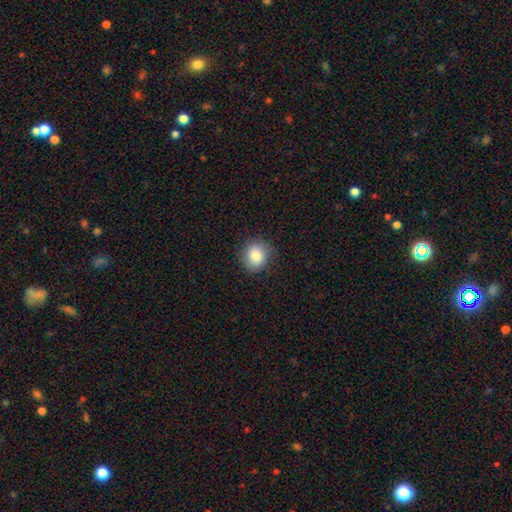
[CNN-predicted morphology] This appears to be a smooth galaxy with no disk features (84%) that is round (75%). Merging: none (85%).